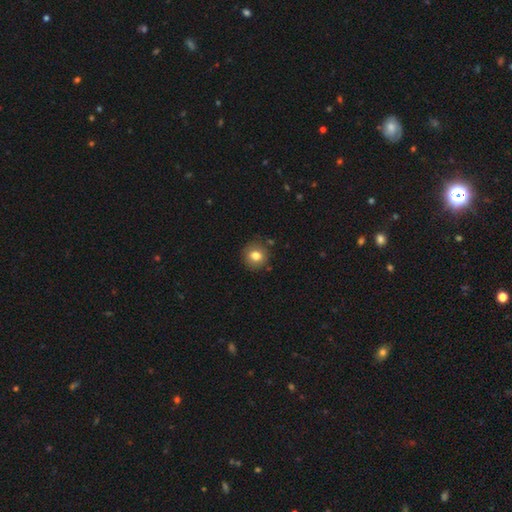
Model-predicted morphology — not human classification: A smooth galaxy with no disk features (79%) that is round (88%).

Vote fractions:
- Smooth or featured? smooth: 79% / featured or disk: 10% / star or artifact: 10%
- How rounded? round: 88% / in between: 11% / cigar-shaped: 1%
- Merging? none: 85% / minor disturbance: 10% / major disturbance: 3% / merger: 2%